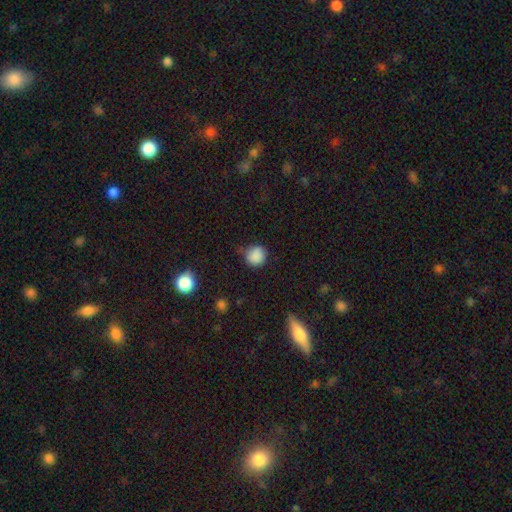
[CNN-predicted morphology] type=smooth (86%); roundness=round (89%); merging=none (73%).